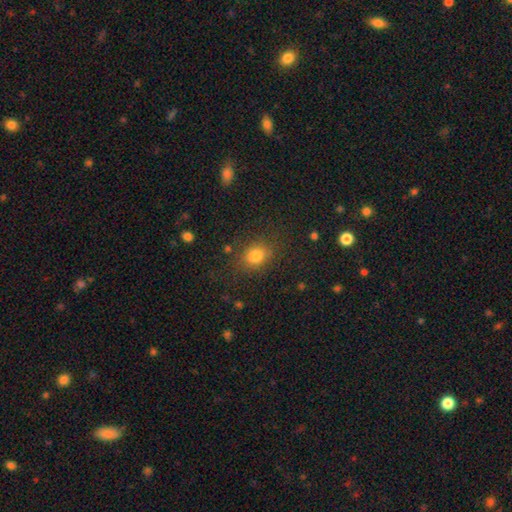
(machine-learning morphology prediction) Smooth or featured: smooth — 80% (star or artifact — 13%)
How rounded: round — 52% (in between — 47%)
Merging: none — 78% (minor disturbance — 14%)